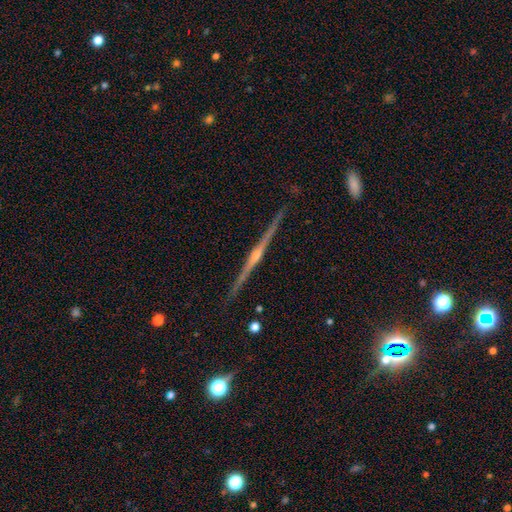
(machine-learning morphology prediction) Smooth or featured? Predicted: featured or disk (p=0.87). Edge-on disk? Predicted: yes (p=0.99). Edge-on bulge? Predicted: rounded (p=0.85). Merging? Predicted: none (p=0.91).